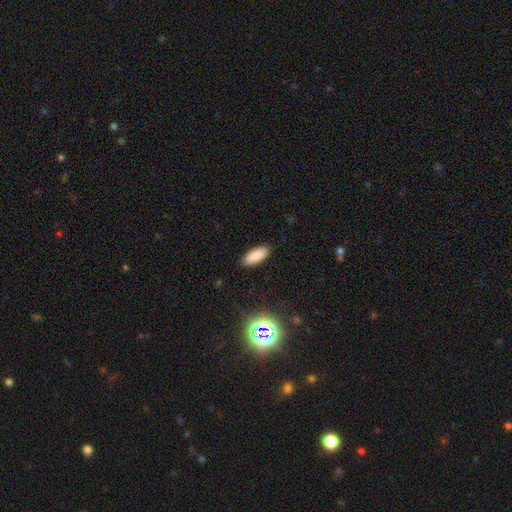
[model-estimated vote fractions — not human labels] Overall: smooth (87%). How rounded: in between (80%). Merging: none (88%).